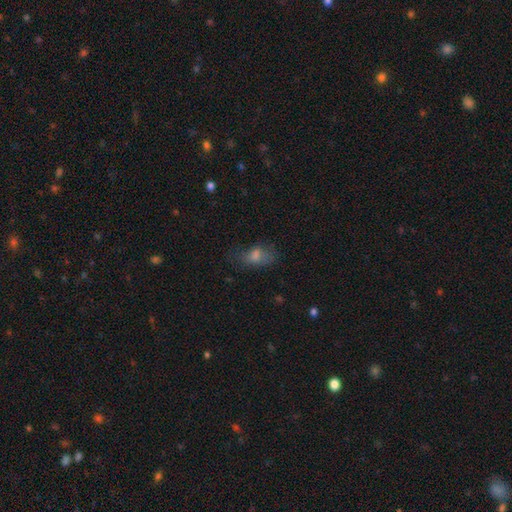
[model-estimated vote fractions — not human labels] smooth_or_featured: smooth (p=0.68) [alt: featured or disk p=0.18]
how_rounded: in between (p=0.83) [alt: round p=0.10]
merging: none (p=0.50) [alt: minor disturbance p=0.27]